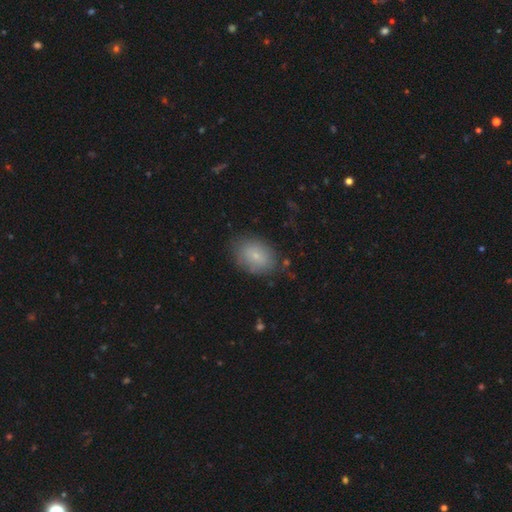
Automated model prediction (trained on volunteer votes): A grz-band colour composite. It shows a smooth galaxy with no disk features (76%) that is in between round and cigar-shaped (80%). Merging: none (77%).